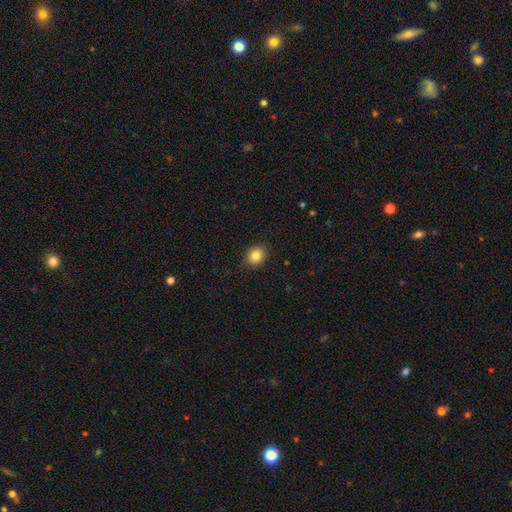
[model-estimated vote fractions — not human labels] Overall: smooth (83%). How rounded: round (69%; in between 30%). Merging: none (87%).